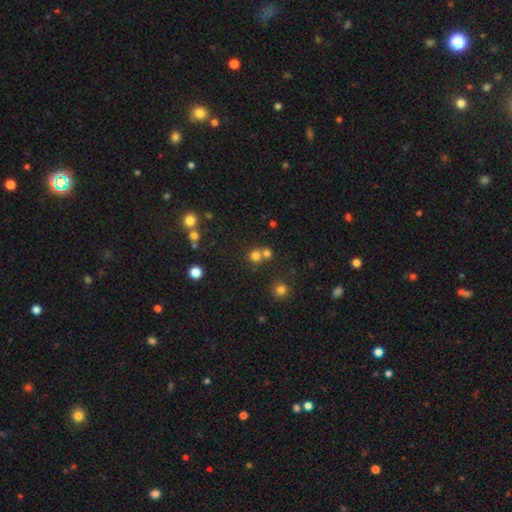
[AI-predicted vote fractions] smooth 73%, star or artifact 18%, featured or disk 8%. Down the decision tree: how rounded — round (88%); merging — none (54%).